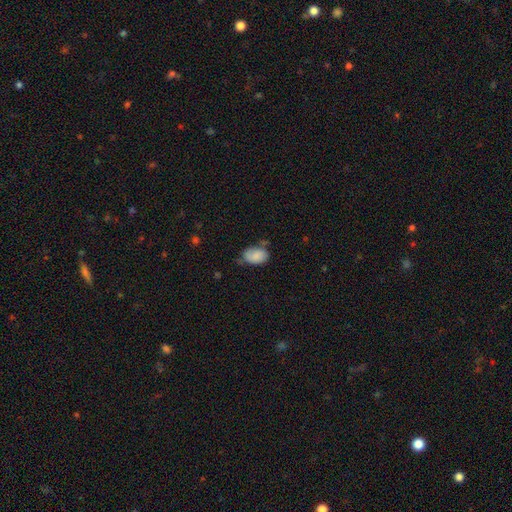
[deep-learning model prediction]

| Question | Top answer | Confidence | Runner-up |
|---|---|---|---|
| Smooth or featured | smooth | 81% | featured or disk (11%) |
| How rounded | in between | 86% | round (13%) |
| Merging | none | 49% | minor disturbance (34%) |